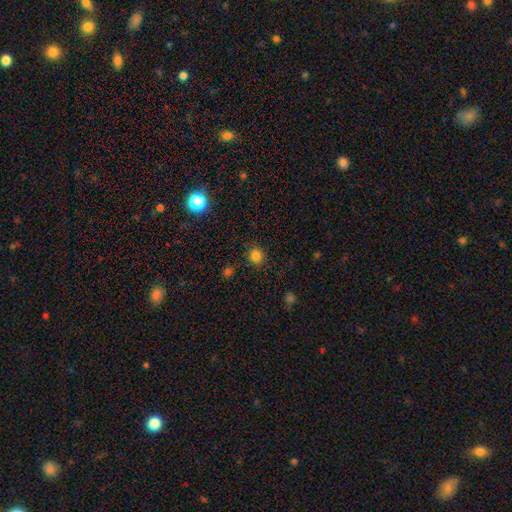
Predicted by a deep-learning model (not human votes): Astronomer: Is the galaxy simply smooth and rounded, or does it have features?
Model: smooth — 81%.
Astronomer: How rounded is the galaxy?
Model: round — 88%.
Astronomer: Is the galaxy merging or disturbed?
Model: none — 88%.